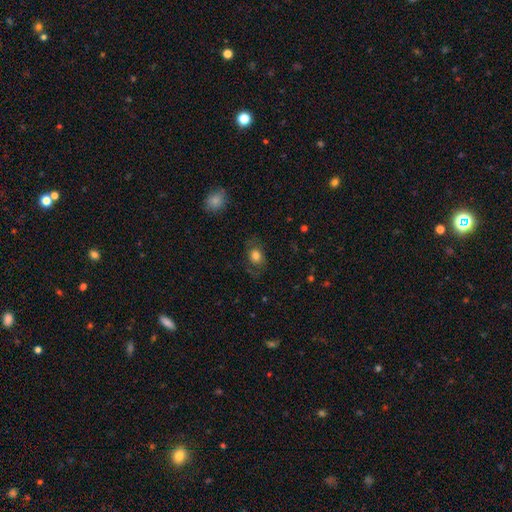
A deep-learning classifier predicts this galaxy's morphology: type=smooth (71%); roundness=in between (63%); merging=none (71%).